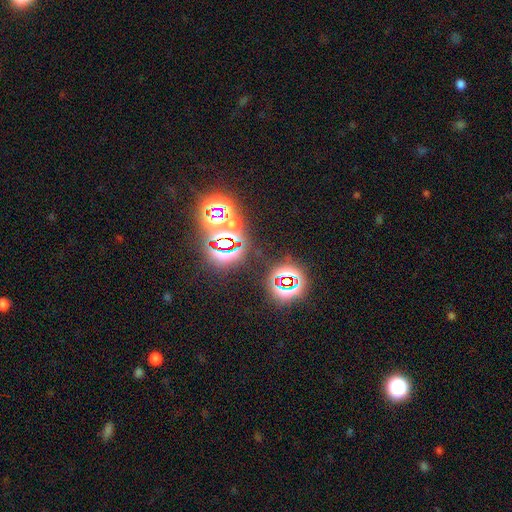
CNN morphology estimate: A star or artifact, not a galaxy (76%).

Vote fractions:
- Smooth or featured? star or artifact: 76% / smooth: 15% / featured or disk: 9%